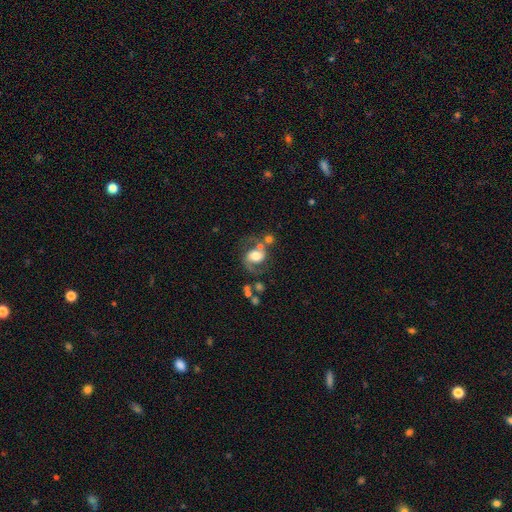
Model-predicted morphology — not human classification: Smooth or featured?
  - featured or disk: 61% *
  - smooth: 30%
  - star or artifact: 9%
Edge-on disk?
  - no: 97% *
  - yes: 3%
Bar?
  - no: 57% *
  - weak: 32%
  - strong: 11%
Spiral arms?
  - yes: 83% *
  - no: 17%
Bulge size?
  - large: 41% * (tied)
  - moderate: 41% * (tied)
  - small: 8%
  - dominant: 7%
  - none: 3%
Merging?
  - none: 48% *
  - merger: 19%
  - minor disturbance: 18%
  - major disturbance: 15%